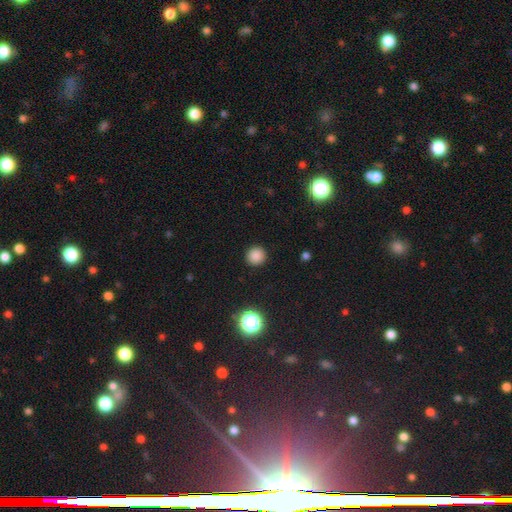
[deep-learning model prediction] Q: Smooth or featured?
A: smooth (84%); runner-up: star or artifact (12%)
Q: How rounded?
A: round (94%); runner-up: in between (5%)
Q: Merging?
A: none (92%); runner-up: minor disturbance (5%)